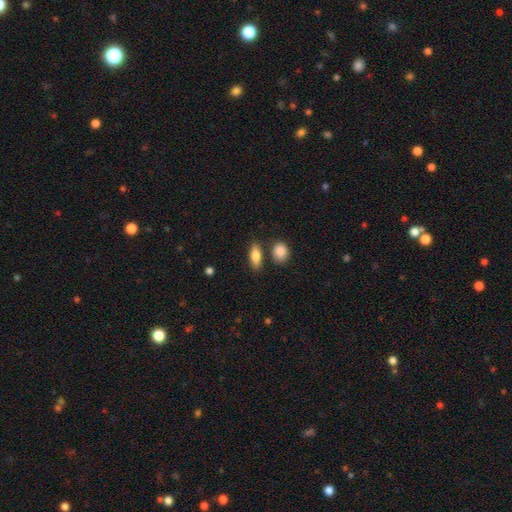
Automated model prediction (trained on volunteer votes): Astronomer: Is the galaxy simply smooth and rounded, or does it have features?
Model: smooth — 81%.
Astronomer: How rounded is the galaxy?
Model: in between — 73%.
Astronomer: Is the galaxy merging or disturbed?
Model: none — 76%.